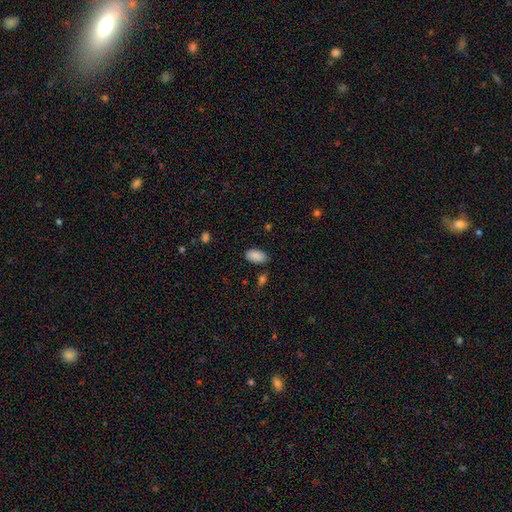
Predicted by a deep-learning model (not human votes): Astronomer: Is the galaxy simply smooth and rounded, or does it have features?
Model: smooth — 89%.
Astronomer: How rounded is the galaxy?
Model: in between — 95%.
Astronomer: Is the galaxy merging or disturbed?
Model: none — 82%.